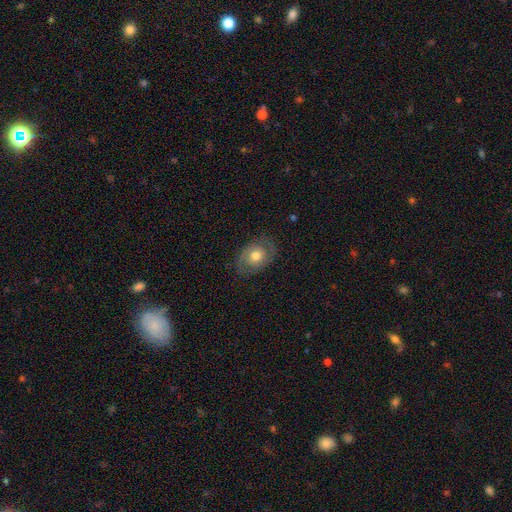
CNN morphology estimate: Q: Smooth or featured?
A: featured or disk (54%); runner-up: smooth (39%)
Q: Edge-on disk?
A: no (95%); runner-up: yes (5%)
Q: Bar?
A: no (80%); runner-up: weak (17%)
Q: Spiral arms?
A: yes (70%); runner-up: no (30%)
Q: Bulge size?
A: moderate (70%); runner-up: large (18%)
Q: Merging?
A: none (78%); runner-up: minor disturbance (15%)